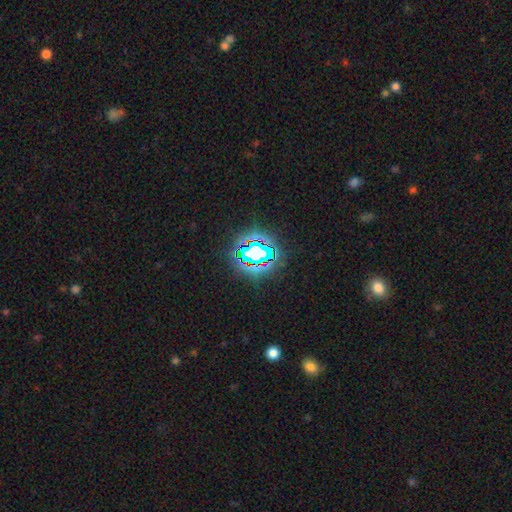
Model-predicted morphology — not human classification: Overall: star or artifact (65%).